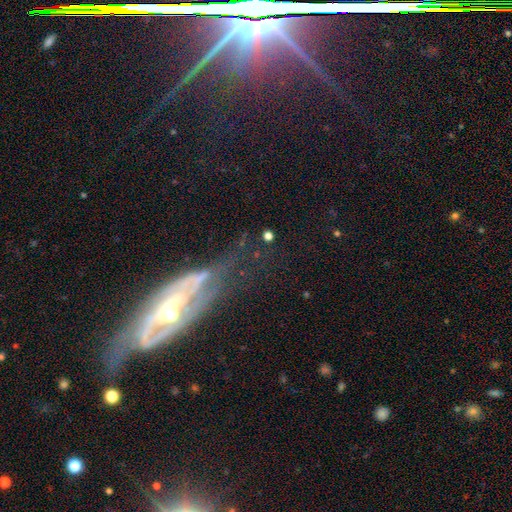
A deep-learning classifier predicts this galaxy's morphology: Smooth or featured? Predicted: featured or disk (p=0.77). Edge-on disk? Predicted: no (p=0.77). Bar? Predicted: no (p=0.34). Spiral arms? Predicted: yes (p=0.86). Spiral winding? Predicted: tight (p=0.42). Spiral arm count? Predicted: 2 (p=0.63). Bulge size? Predicted: moderate (p=0.62). Merging? Predicted: none (p=0.65).